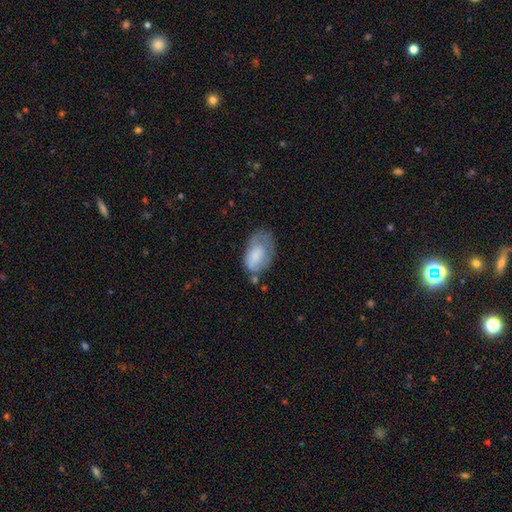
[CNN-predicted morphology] smooth_or_featured: smooth (p=0.66) [alt: featured or disk p=0.27]
how_rounded: in between (p=0.90) [alt: round p=0.08]
merging: none (p=0.36) [alt: minor disturbance p=0.34]